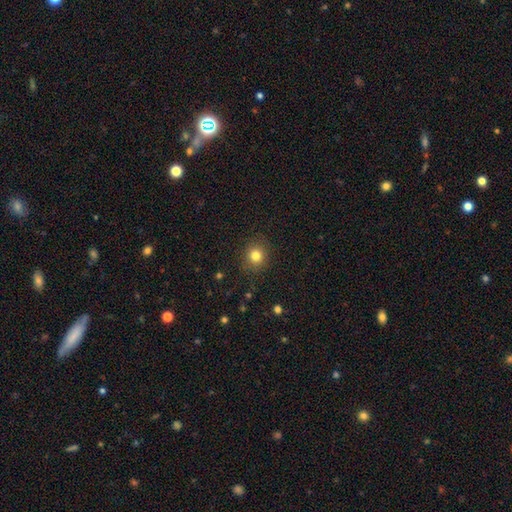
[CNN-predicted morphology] Q: Smooth or featured?
A: smooth (81%); runner-up: star or artifact (13%)
Q: How rounded?
A: round (88%); runner-up: in between (11%)
Q: Merging?
A: none (88%); runner-up: minor disturbance (8%)